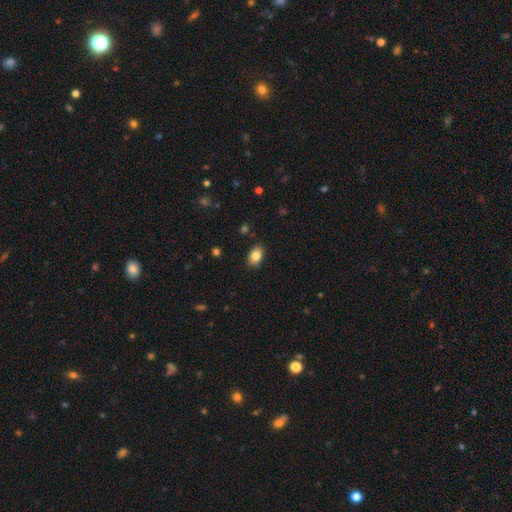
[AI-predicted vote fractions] Q: Smooth or featured?
A: smooth (84%); runner-up: star or artifact (8%)
Q: How rounded?
A: in between (86%); runner-up: round (13%)
Q: Merging?
A: none (87%); runner-up: minor disturbance (10%)